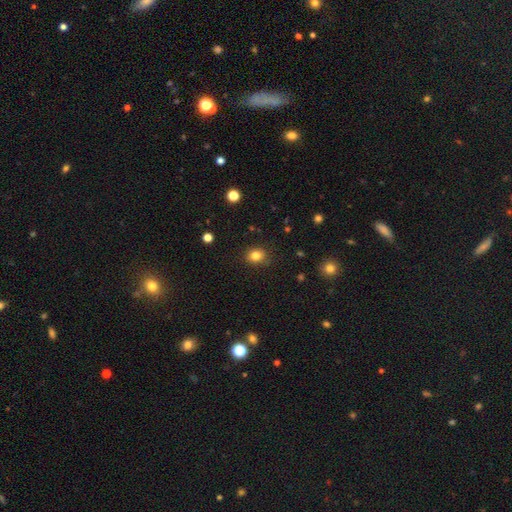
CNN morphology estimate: Overall: smooth (82%). How rounded: round (58%; in between 42%). Merging: none (84%).